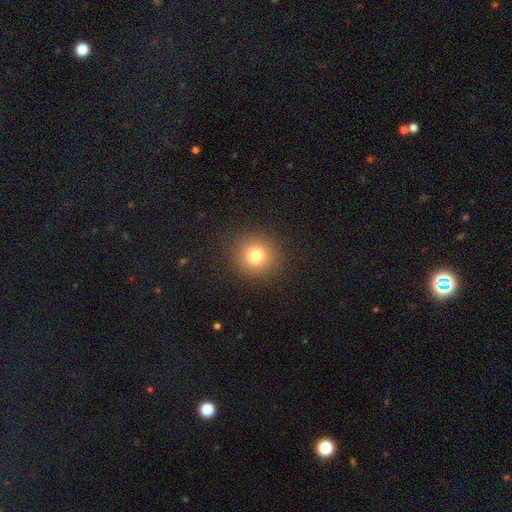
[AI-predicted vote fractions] Smooth or featured? Predicted: smooth (p=0.77). How rounded? Predicted: round (p=0.94). Merging? Predicted: none (p=0.91).